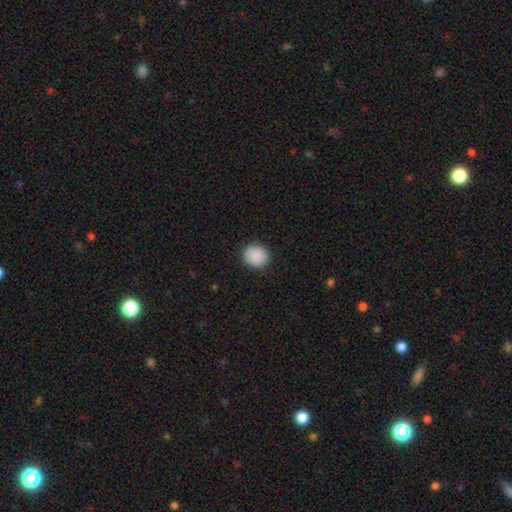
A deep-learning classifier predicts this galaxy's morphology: smooth-or-featured: smooth: 90% | star or artifact: 7% | featured or disk: 3%
  how-rounded: round: 84% | in between: 15% | cigar-shaped: 1%
  merging: none: 91% | minor disturbance: 6% | major disturbance: 2% | merger: 1%